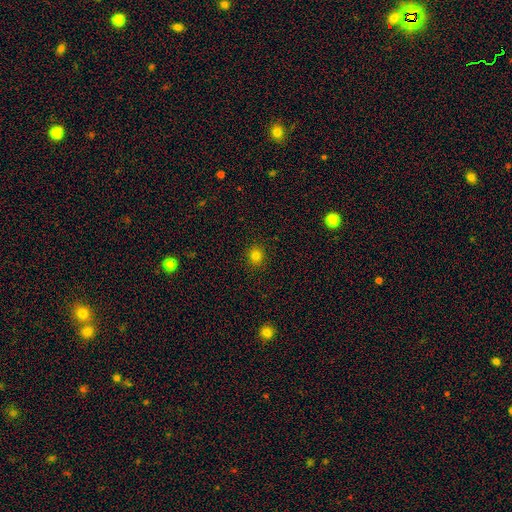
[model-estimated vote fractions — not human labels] smooth-or-featured: smooth: 79% | star or artifact: 15% | featured or disk: 6%
  how-rounded: round: 82% | in between: 17% | cigar-shaped: 1%
  merging: none: 91% | minor disturbance: 6% | major disturbance: 2% | merger: 1%